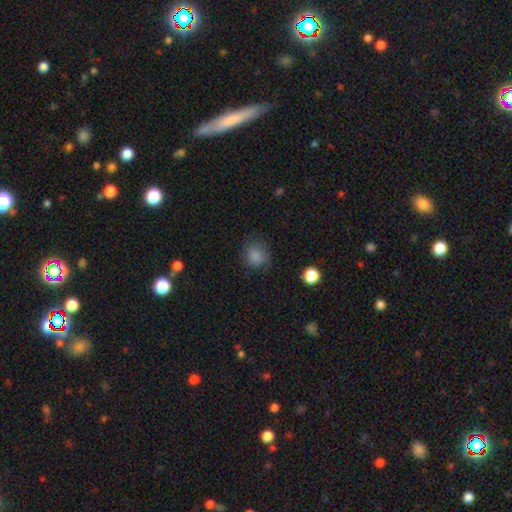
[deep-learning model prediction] smooth 84%, star or artifact 11%, featured or disk 5%. Down the decision tree: how rounded — round (77%); merging — none (74%).